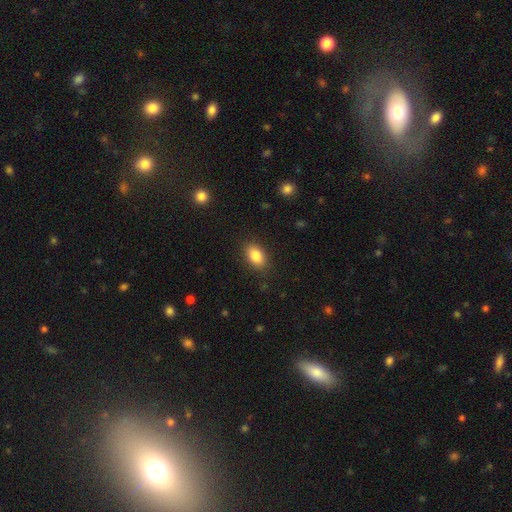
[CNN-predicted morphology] Overall: smooth (85%). How rounded: in between (87%). Merging: none (86%).